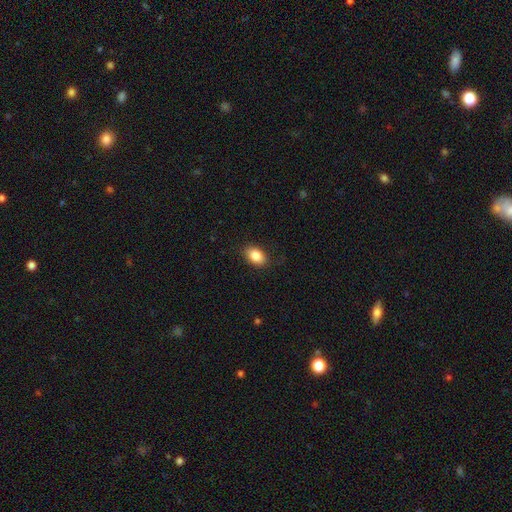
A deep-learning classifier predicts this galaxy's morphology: This appears to be a smooth galaxy with no disk features (86%) that is in between round and cigar-shaped (86%). Merging: none (84%).